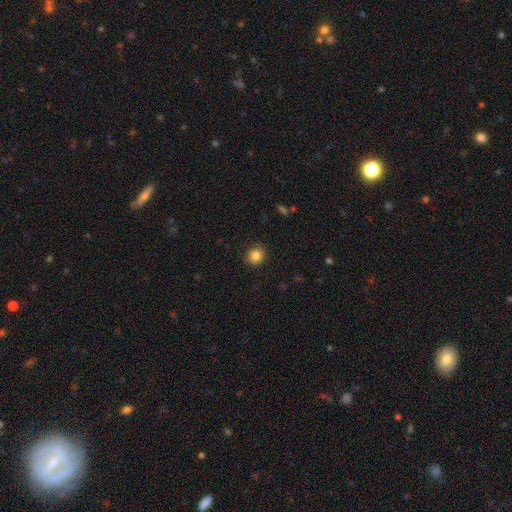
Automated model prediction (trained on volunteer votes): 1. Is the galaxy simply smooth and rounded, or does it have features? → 85% smooth, 10% star or artifact, 4% featured or disk.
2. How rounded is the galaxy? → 88% round, 11% in between, 1% cigar-shaped.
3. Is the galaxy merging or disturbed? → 89% none, 8% minor disturbance, 2% major disturbance, 1% merger.